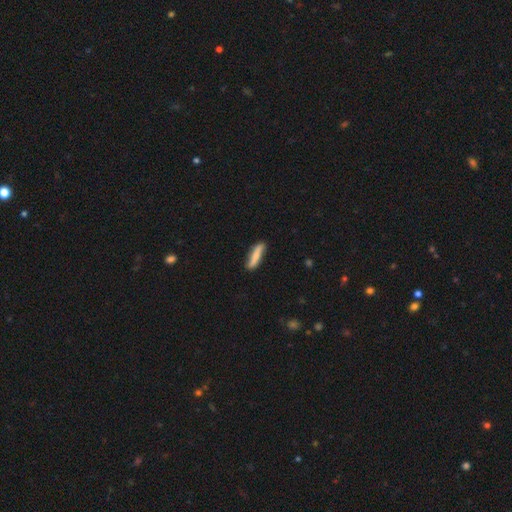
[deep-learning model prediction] Smooth or featured?
  - smooth: 68% *
  - featured or disk: 26%
  - star or artifact: 6%
How rounded?
  - cigar-shaped: 82% *
  - in between: 16%
  - round: 2%
Merging?
  - none: 80% *
  - minor disturbance: 15%
  - major disturbance: 3%
  - merger: 2%